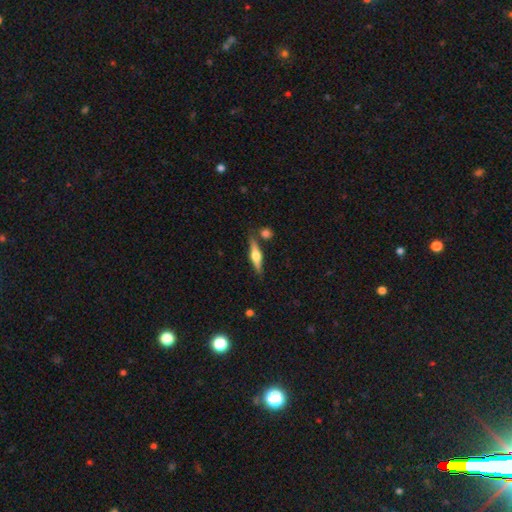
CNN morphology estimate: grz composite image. It shows a featured or disk galaxy (64%) viewed edge-on (96%) with a rounded central bulge (93%). Merging: none (80%).